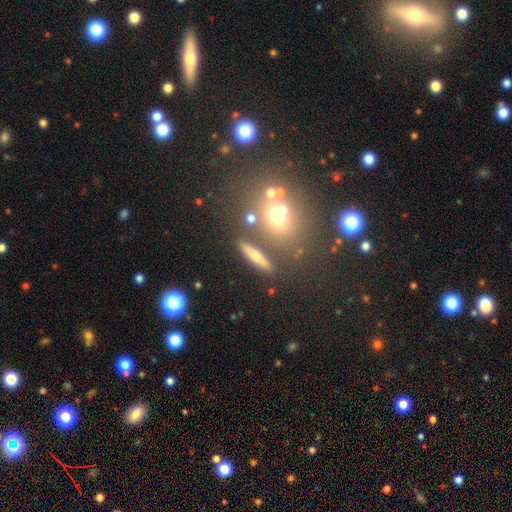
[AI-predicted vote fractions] Smooth or featured?
  - smooth: 53% *
  - featured or disk: 34%
  - star or artifact: 14%
How rounded?
  - cigar-shaped: 63% *
  - in between: 20%
  - round: 17%
Merging?
  - none: 79% *
  - minor disturbance: 9%
  - merger: 8%
  - major disturbance: 4%